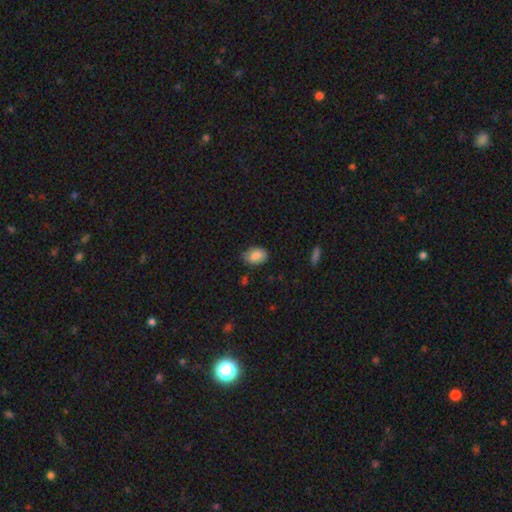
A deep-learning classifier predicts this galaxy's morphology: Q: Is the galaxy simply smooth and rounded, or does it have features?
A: smooth — 82%.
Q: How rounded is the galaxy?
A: in between — 82%.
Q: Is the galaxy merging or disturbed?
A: none — 76%.